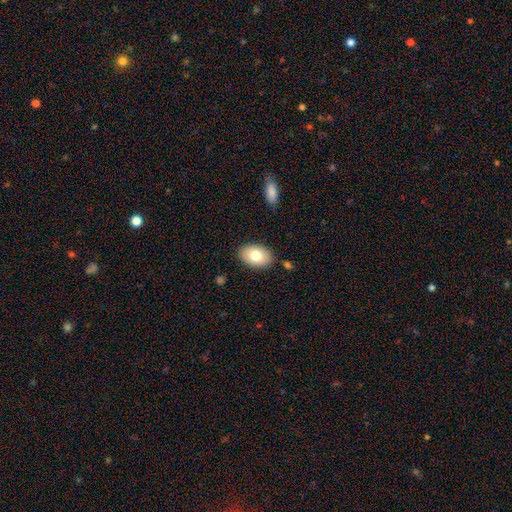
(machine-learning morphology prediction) smooth_or_featured: smooth (p=0.76) [alt: featured or disk p=0.17]
how_rounded: in between (p=0.89) [alt: round p=0.10]
merging: none (p=0.86) [alt: minor disturbance p=0.10]